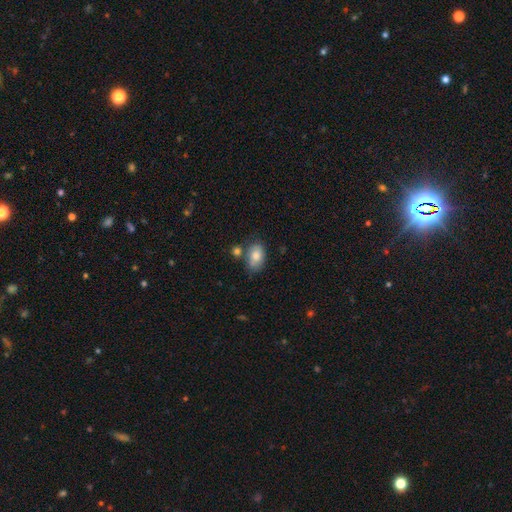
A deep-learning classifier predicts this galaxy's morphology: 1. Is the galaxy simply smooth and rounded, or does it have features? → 81% smooth, 12% featured or disk, 7% star or artifact.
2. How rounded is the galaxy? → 87% in between, 11% round, 1% cigar-shaped.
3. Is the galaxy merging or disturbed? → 62% none, 20% minor disturbance, 14% merger, 5% major disturbance.